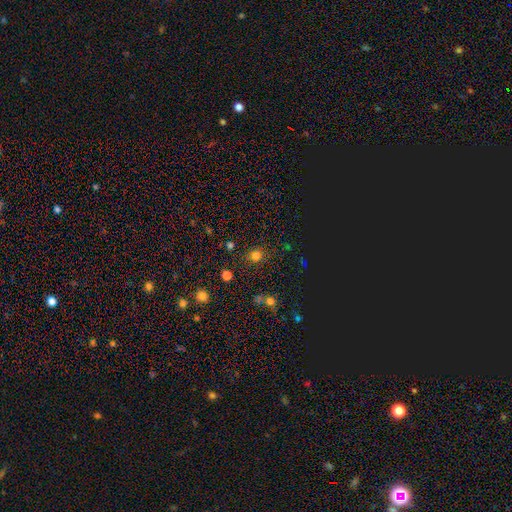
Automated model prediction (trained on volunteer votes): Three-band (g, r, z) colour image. It shows a smooth galaxy with no disk features (75%) that is round (84%). Merging: none (85%).